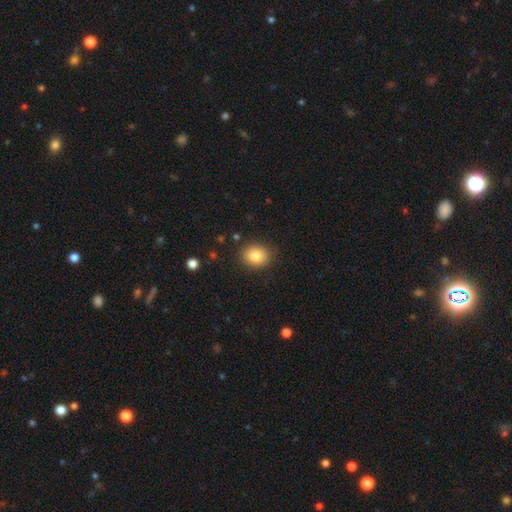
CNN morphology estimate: Smooth or featured?
  - smooth: 84% *
  - star or artifact: 9%
  - featured or disk: 7%
How rounded?
  - round: 62% *
  - in between: 37%
  - cigar-shaped: 1%
Merging?
  - none: 86% *
  - minor disturbance: 10%
  - major disturbance: 3%
  - merger: 1%